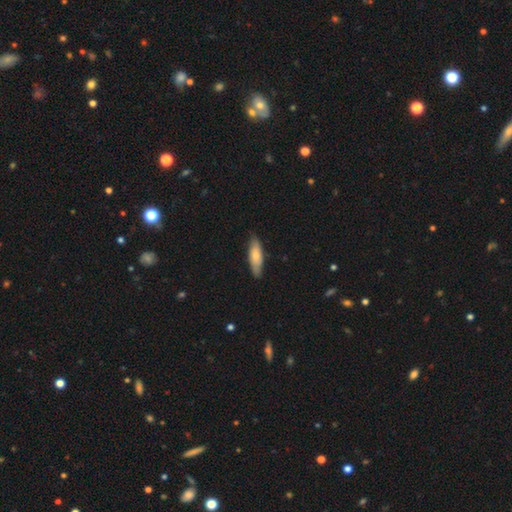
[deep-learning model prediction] Smooth or featured?
  - smooth: 69% *
  - featured or disk: 26%
  - star or artifact: 5%
How rounded?
  - in between: 51% *
  - cigar-shaped: 47%
  - round: 2%
Merging?
  - none: 81% *
  - minor disturbance: 16%
  - major disturbance: 2%
  - merger: 1%